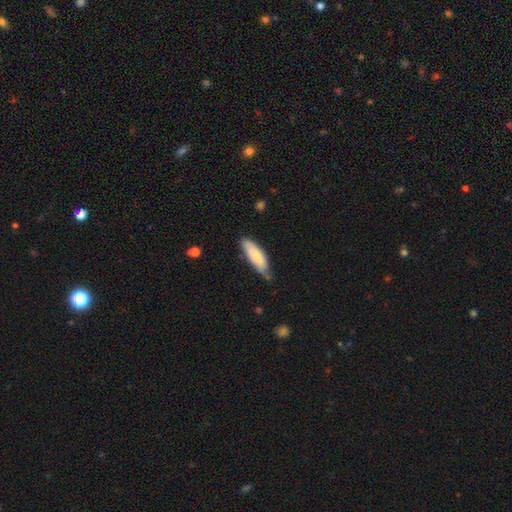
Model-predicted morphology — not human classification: This appears to be a smooth galaxy with no disk features (76%) that is in between round and cigar-shaped (52%). Merging: none (59%).